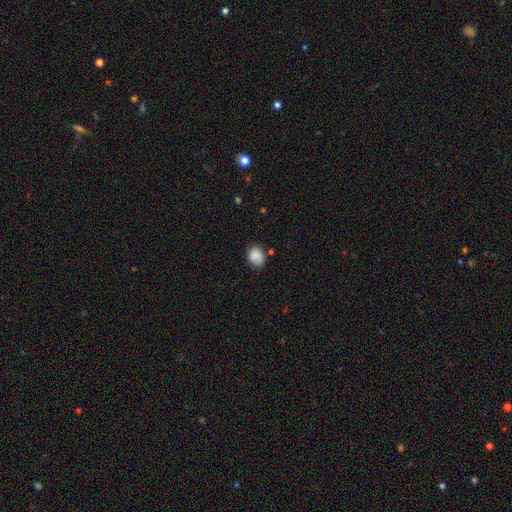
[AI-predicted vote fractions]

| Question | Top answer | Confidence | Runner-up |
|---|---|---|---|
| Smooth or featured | smooth | 87% | star or artifact (8%) |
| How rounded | in between | 50% | round (49%) |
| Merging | none | 74% | minor disturbance (19%) |